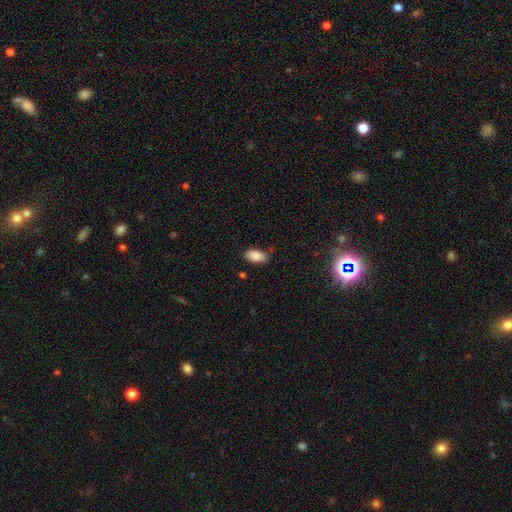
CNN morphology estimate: Smooth or featured?
  - smooth: 88% *
  - star or artifact: 7%
  - featured or disk: 4%
How rounded?
  - in between: 93% *
  - cigar-shaped: 4%
  - round: 3%
Merging?
  - none: 81% *
  - minor disturbance: 14%
  - major disturbance: 3%
  - merger: 2%